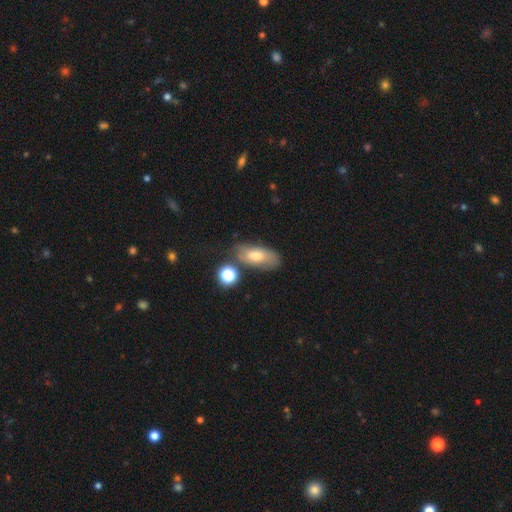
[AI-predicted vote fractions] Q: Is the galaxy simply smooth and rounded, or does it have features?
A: smooth — 63%.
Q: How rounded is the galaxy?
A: in between — 83%.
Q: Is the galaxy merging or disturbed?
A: none — 61%.